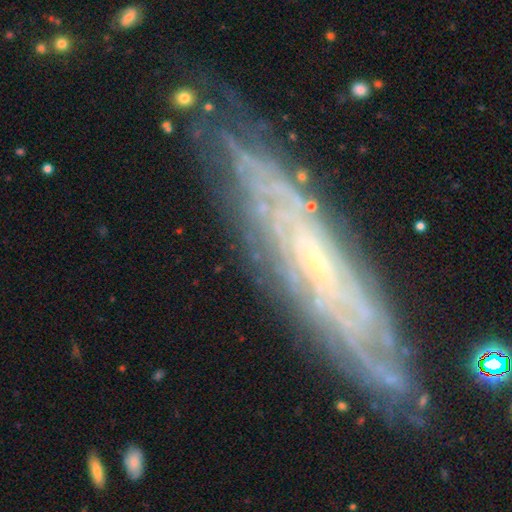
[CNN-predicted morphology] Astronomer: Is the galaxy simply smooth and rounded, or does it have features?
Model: featured or disk — 82%.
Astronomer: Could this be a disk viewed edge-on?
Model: no — 70%.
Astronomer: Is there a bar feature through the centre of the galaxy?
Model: no — 72%.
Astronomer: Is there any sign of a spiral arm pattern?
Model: yes — 92%.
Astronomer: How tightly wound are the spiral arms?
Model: tight — 77%.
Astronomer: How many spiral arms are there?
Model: can't tell — 57%.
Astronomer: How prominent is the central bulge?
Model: small — 86%.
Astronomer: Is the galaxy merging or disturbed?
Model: none — 77%.